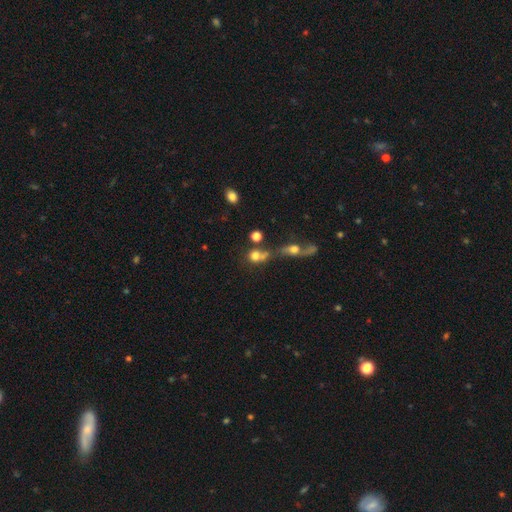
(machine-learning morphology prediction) smooth_or_featured: smooth (p=0.71) [alt: featured or disk p=0.15]
how_rounded: round (p=0.80) [alt: in between p=0.18]
merging: merger (p=0.42) [alt: none p=0.39]